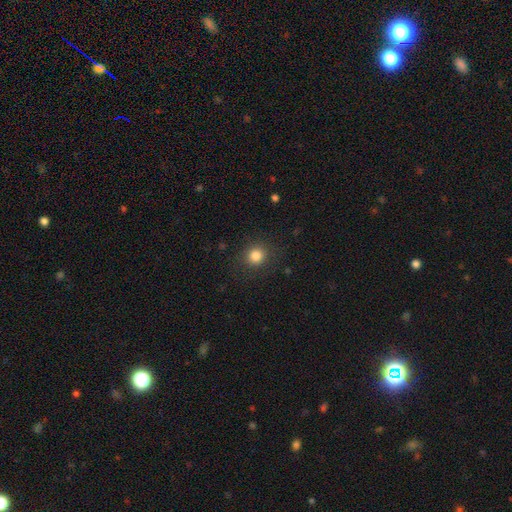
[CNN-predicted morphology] type=smooth (83%); roundness=round (87%); merging=none (87%).